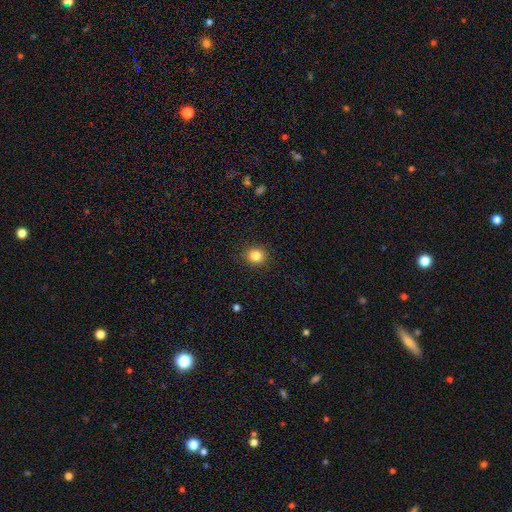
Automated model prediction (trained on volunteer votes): smooth_or_featured: smooth (p=0.83) [alt: star or artifact p=0.11]
how_rounded: round (p=0.86) [alt: in between p=0.13]
merging: none (p=0.90) [alt: minor disturbance p=0.07]